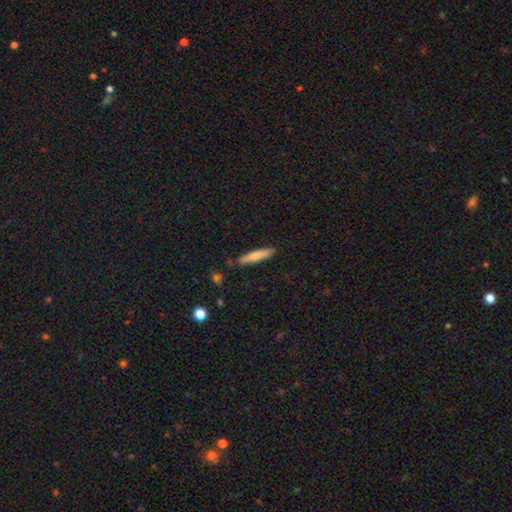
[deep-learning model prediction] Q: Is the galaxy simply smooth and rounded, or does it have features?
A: smooth — 71%.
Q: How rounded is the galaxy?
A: cigar-shaped — 88%.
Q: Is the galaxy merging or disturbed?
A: none — 86%.